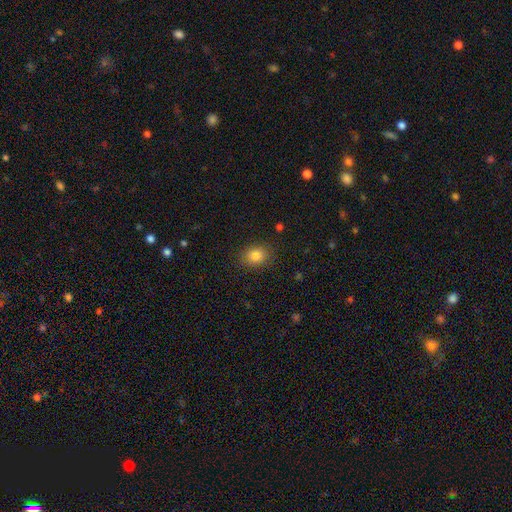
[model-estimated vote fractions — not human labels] This appears to be a smooth galaxy with no disk features (84%) that is in between round and cigar-shaped (51%). Merging: none (84%).